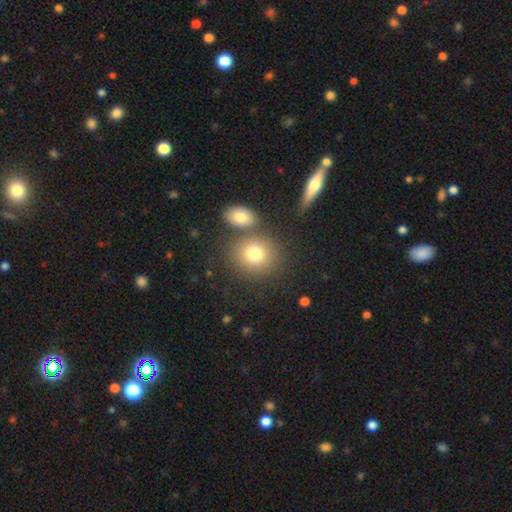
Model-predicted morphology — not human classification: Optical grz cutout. It shows a smooth galaxy with no disk features (77%) that is round (76%). Merging: none (68%).